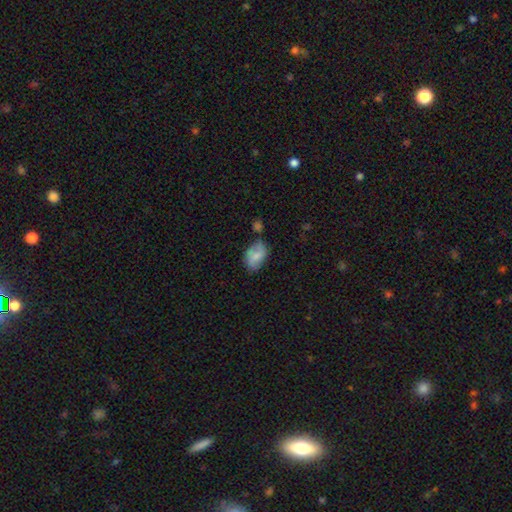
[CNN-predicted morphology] A smooth galaxy with no disk features (76%) that is in between round and cigar-shaped (88%).

Vote fractions:
- Smooth or featured? smooth: 76% / featured or disk: 17% / star or artifact: 7%
- How rounded? in between: 88% / round: 10% / cigar-shaped: 2%
- Merging? none: 53% / minor disturbance: 28% / merger: 11% / major disturbance: 8%